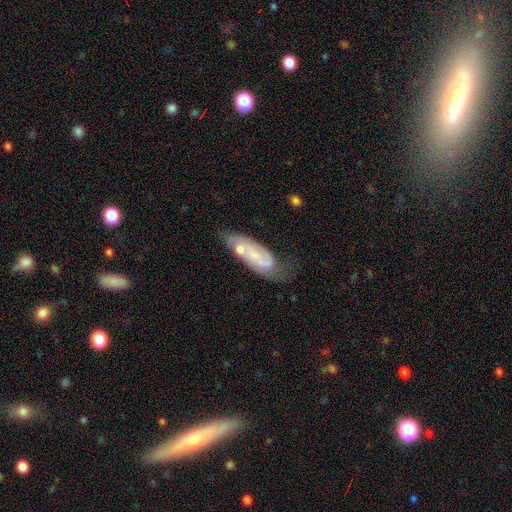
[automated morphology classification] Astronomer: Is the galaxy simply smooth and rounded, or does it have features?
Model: featured or disk — 56% (runner-up: smooth, 37%).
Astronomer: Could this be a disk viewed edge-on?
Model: no — 89%.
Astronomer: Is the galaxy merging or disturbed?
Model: none — 42% (runner-up: minor disturbance, 29%).